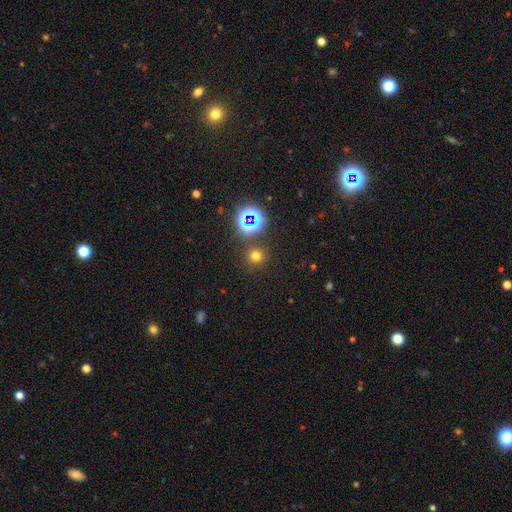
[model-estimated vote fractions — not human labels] Overall: smooth (65%; star or artifact 28%). How rounded: round (93%). Merging: none (87%).